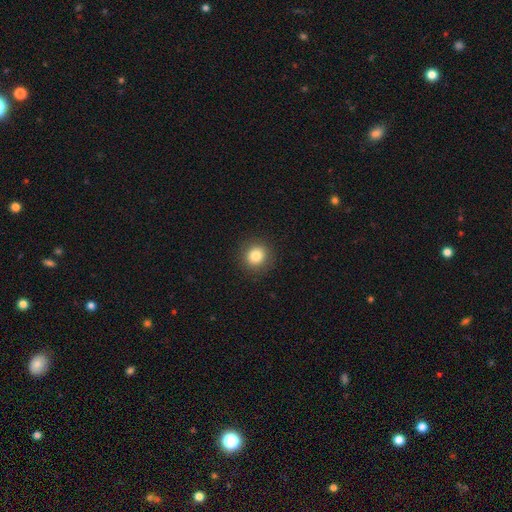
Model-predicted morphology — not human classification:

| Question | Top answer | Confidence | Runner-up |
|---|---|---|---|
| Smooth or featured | smooth | 82% | star or artifact (11%) |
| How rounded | round | 92% | in between (7%) |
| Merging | none | 91% | minor disturbance (6%) |